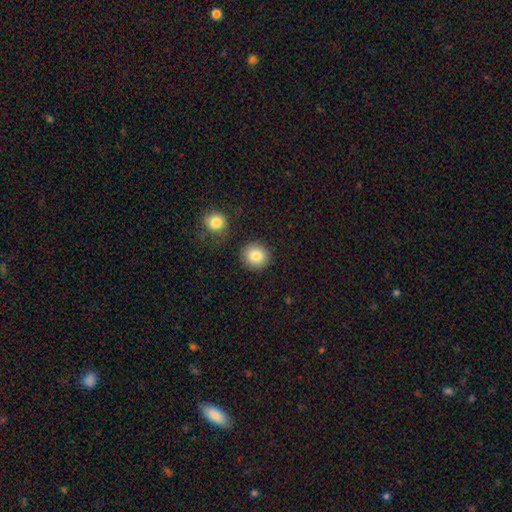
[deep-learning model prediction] smooth 84%, star or artifact 9%, featured or disk 7%. Down the decision tree: how rounded — round (91%); merging — none (86%).